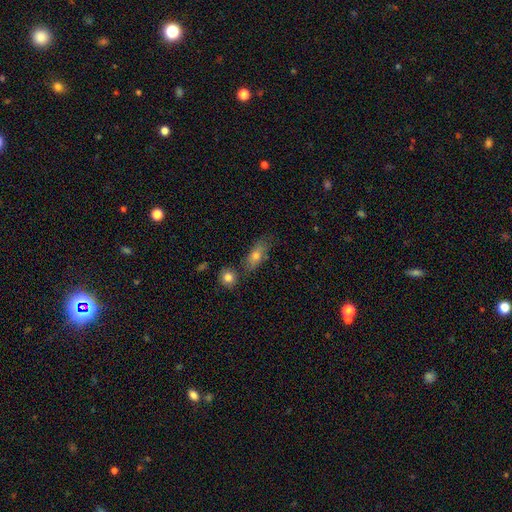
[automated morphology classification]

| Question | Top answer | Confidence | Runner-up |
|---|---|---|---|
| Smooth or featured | smooth | 71% | featured or disk (19%) |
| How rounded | in between | 68% | cigar-shaped (25%) |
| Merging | none | 63% | minor disturbance (20%) |